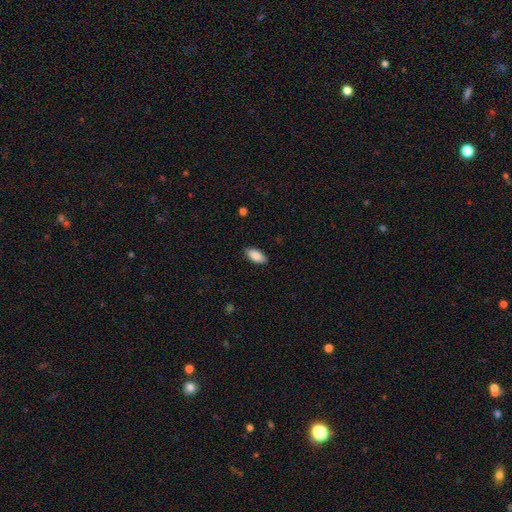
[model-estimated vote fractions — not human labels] Overall: smooth (88%). How rounded: in between (91%). Merging: none (88%).